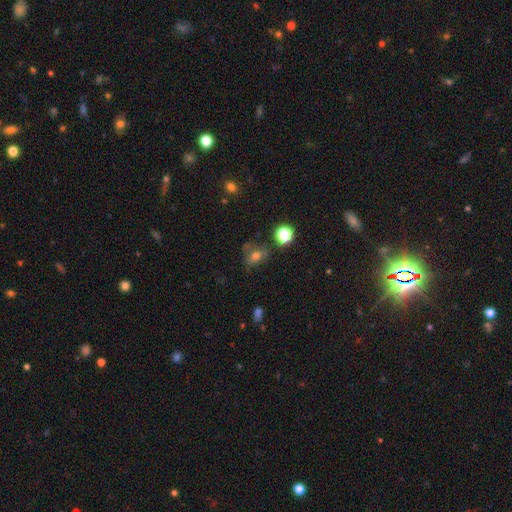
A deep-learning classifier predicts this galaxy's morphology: A smooth galaxy with no disk features (66%) that is in between round and cigar-shaped (57%). Merging: none (51%).